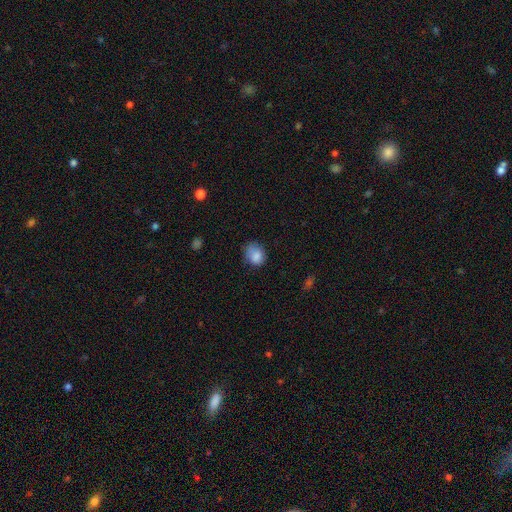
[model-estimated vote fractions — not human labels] smooth-or-featured: smooth: 83% | star or artifact: 9% | featured or disk: 8%
  how-rounded: round: 50% | in between: 49% | cigar-shaped: 1%
  merging: none: 56% | minor disturbance: 32% | major disturbance: 10% | merger: 2%